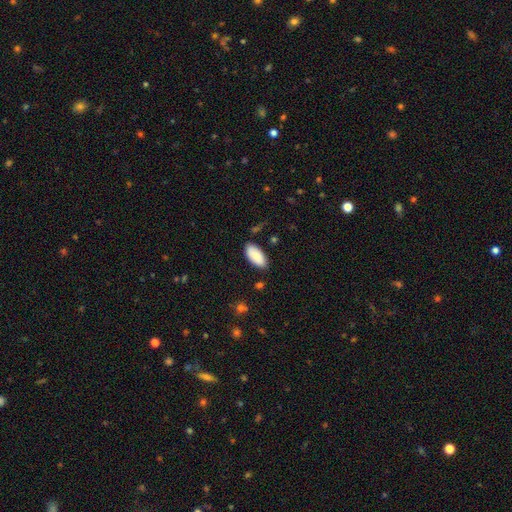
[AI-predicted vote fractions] Morphology: type=smooth (87%); roundness=in between (93%); merging=none (82%).